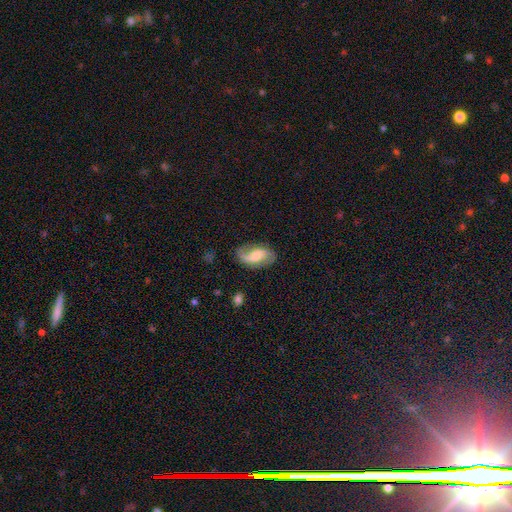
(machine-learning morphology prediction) Overall: featured or disk (72%). Edge-on disk: no (96%). Bar: no (46%; weak 42%). Spiral arms: yes (93%). Spiral arm count: 2 (83%). Spiral winding: loose (59%; medium 31%). Bulge size: moderate (46%; small 33%). Merging: none (73%).